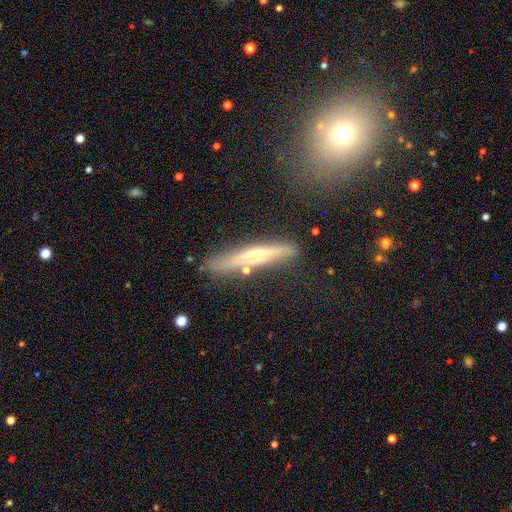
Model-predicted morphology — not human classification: smooth_or_featured: featured or disk (p=0.54) [alt: smooth p=0.37]
disk_edge_on: yes (p=0.90) [alt: no p=0.10]
merging: none (p=0.77) [alt: minor disturbance p=0.15]